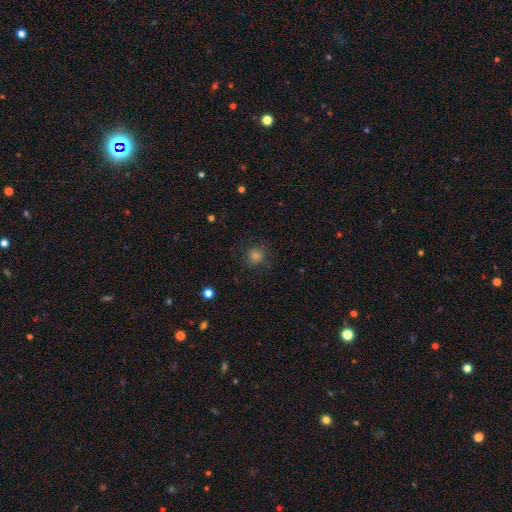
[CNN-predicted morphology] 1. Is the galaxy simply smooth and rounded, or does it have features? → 72% smooth, 20% star or artifact, 7% featured or disk.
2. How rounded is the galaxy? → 92% round, 7% in between, 1% cigar-shaped.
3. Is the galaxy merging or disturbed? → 85% none, 10% minor disturbance, 4% major disturbance, 1% merger.